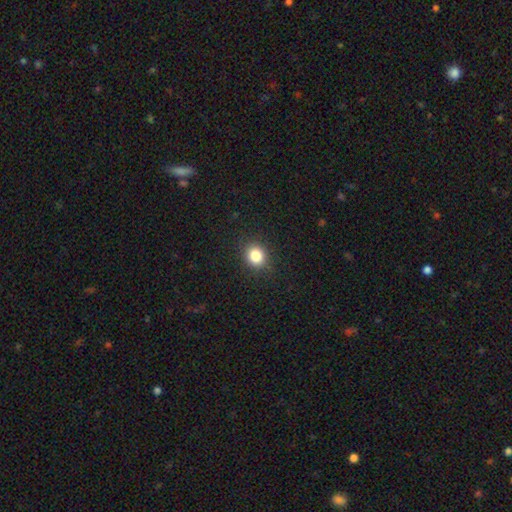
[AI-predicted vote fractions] Q: Smooth or featured?
A: smooth (84%); runner-up: star or artifact (11%)
Q: How rounded?
A: round (74%); runner-up: in between (25%)
Q: Merging?
A: none (88%); runner-up: minor disturbance (8%)